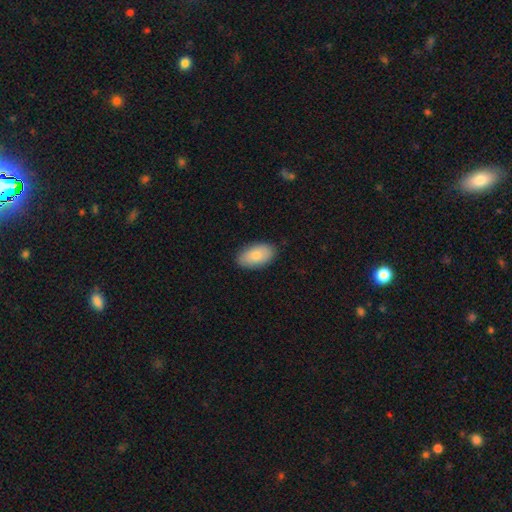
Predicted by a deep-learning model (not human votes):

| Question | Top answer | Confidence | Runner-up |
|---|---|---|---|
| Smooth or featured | smooth | 83% | featured or disk (11%) |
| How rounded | in between | 95% | round (3%) |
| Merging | none | 87% | minor disturbance (10%) |